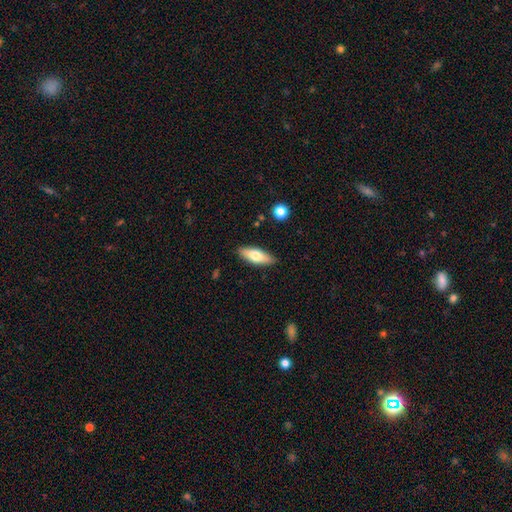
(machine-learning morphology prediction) smooth 68%, featured or disk 26%, star or artifact 6%. Down the decision tree: how rounded — in between (67%); merging — none (87%).